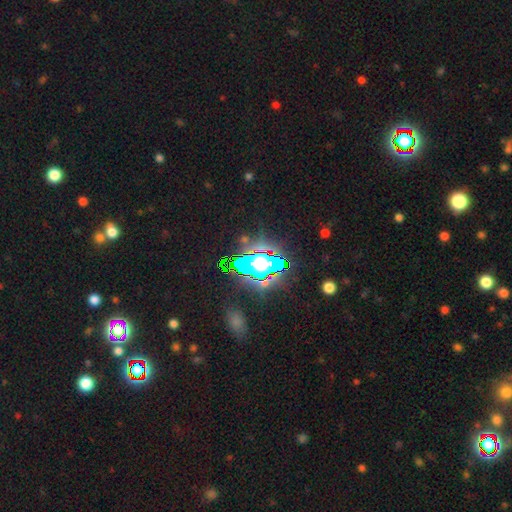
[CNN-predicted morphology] Smooth or featured?
  - star or artifact: 83% *
  - smooth: 10%
  - featured or disk: 7%